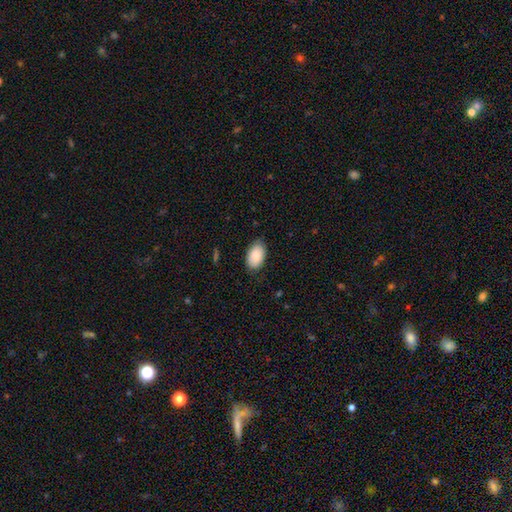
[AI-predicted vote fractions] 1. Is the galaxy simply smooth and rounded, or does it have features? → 85% smooth, 9% featured or disk, 6% star or artifact.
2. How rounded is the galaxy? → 94% in between, 5% round, 1% cigar-shaped.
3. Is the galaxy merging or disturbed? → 79% none, 17% minor disturbance, 3% major disturbance, 1% merger.